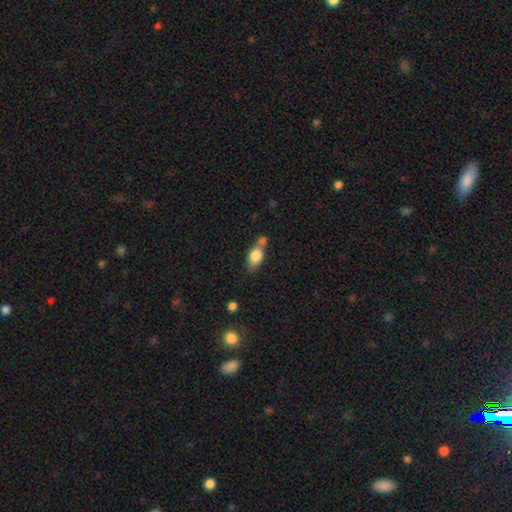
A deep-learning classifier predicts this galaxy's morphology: Overall: smooth (76%). How rounded: in between (80%). Merging: none (41%; merger 34%).